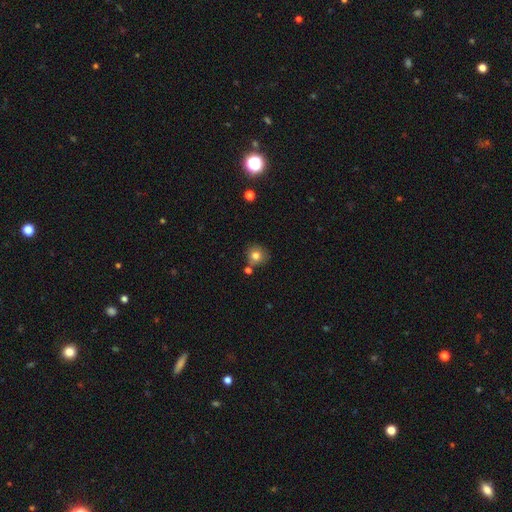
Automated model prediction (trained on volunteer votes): This appears to be a smooth galaxy with no disk features (78%) that is round (85%). Merging: none (69%).